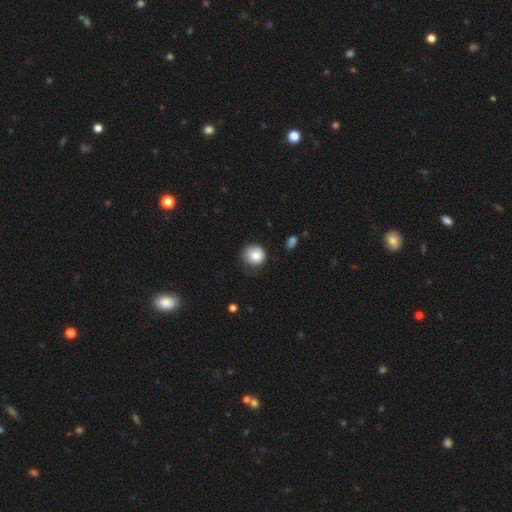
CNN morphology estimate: A smooth galaxy with no disk features (82%) that is round (88%).

Vote fractions:
- Smooth or featured? smooth: 82% / featured or disk: 9% / star or artifact: 8%
- How rounded? round: 88% / in between: 11% / cigar-shaped: 1%
- Merging? none: 66% / minor disturbance: 26% / major disturbance: 6% / merger: 2%